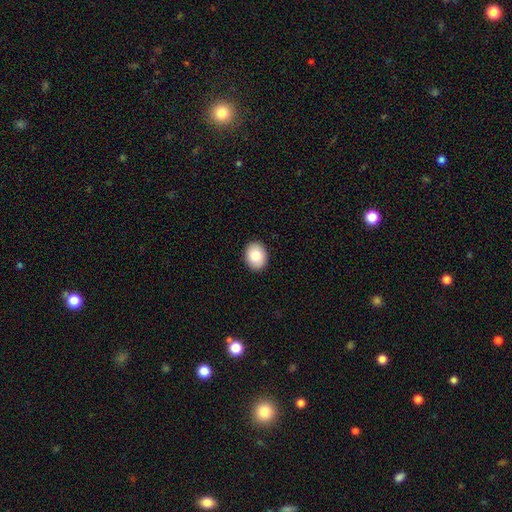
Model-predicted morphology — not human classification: Overall: smooth (82%). How rounded: in between (57%; round 42%). Merging: none (91%).